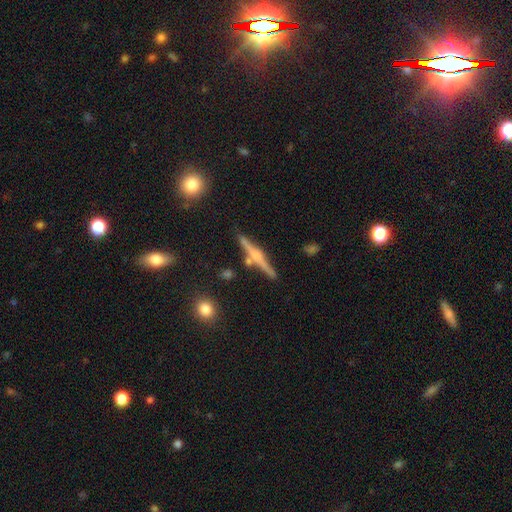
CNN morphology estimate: featured or disk 71%, smooth 21%, star or artifact 8%. Down the decision tree: edge-on disk — yes (97%); edge-on bulge — rounded (75%); merging — none (81%).